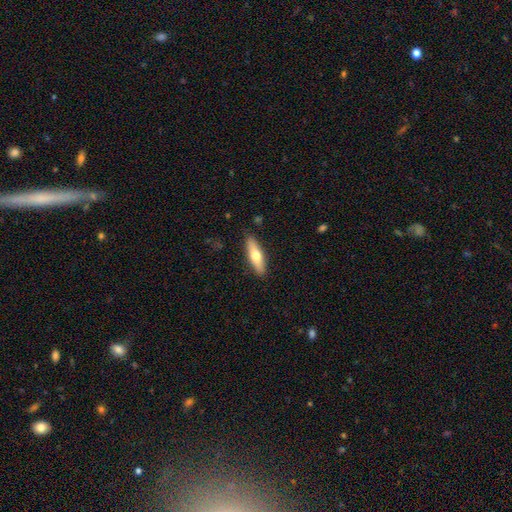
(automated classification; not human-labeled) This appears to be a smooth galaxy with no disk features (61%) that is cigar-shaped (59%). Merging: none (88%).